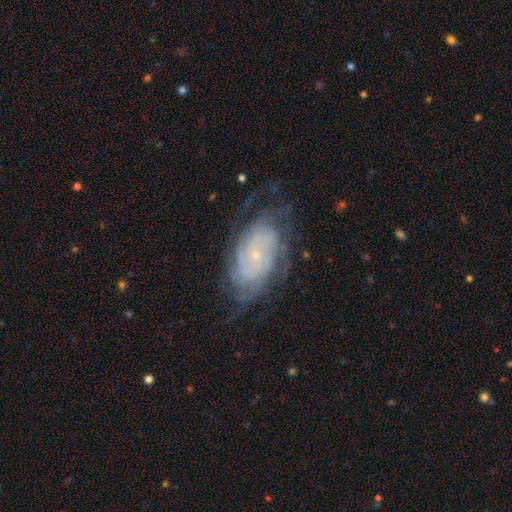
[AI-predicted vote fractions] featured or disk 79%, smooth 13%, star or artifact 8%. Down the decision tree: edge-on disk — no (95%); bar — no (76%); spiral arms — yes (93%); spiral arm count — can't tell (46%); spiral winding — tight (71%); bulge size — small (83%); merging — none (65%).